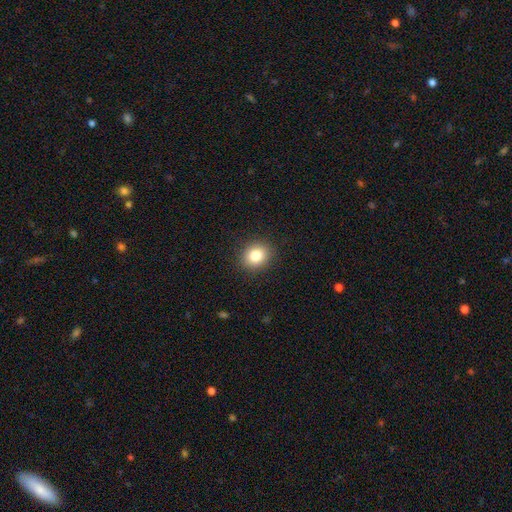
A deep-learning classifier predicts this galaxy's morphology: type=smooth (83%); roundness=round (72%); merging=none (90%).